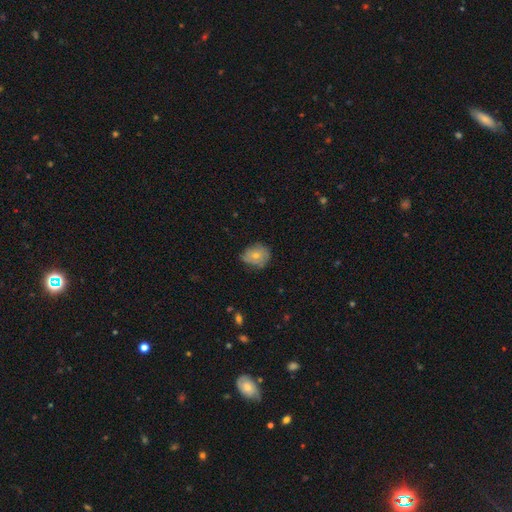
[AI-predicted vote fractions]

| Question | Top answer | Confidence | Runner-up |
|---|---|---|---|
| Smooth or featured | smooth | 65% | featured or disk (27%) |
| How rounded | round | 56% | in between (43%) |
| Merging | none | 57% | minor disturbance (34%) |